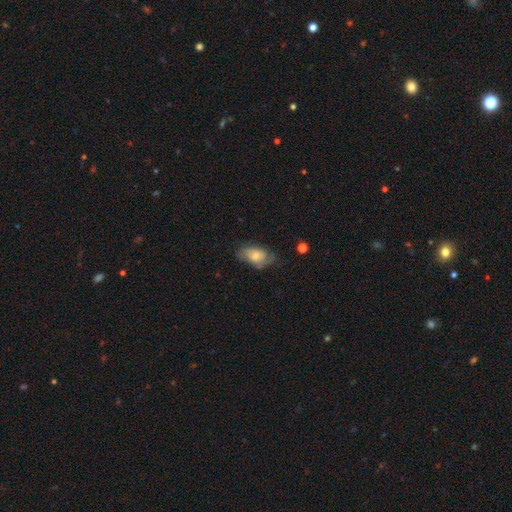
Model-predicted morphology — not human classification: The model was most divided on "smooth or featured": smooth: 52%, featured or disk: 40%, star or artifact: 7%. More confident: how rounded — in between (90%); merging — none (56%).